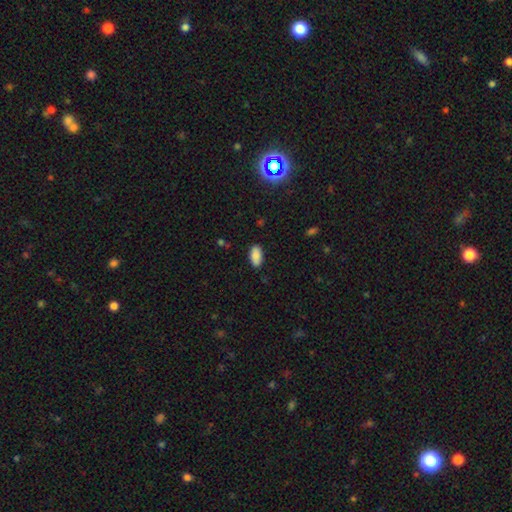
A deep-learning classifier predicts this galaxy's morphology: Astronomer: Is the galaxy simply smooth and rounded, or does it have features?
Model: smooth — 87%.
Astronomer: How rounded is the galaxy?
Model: in between — 94%.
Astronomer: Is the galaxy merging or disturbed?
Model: none — 85%.